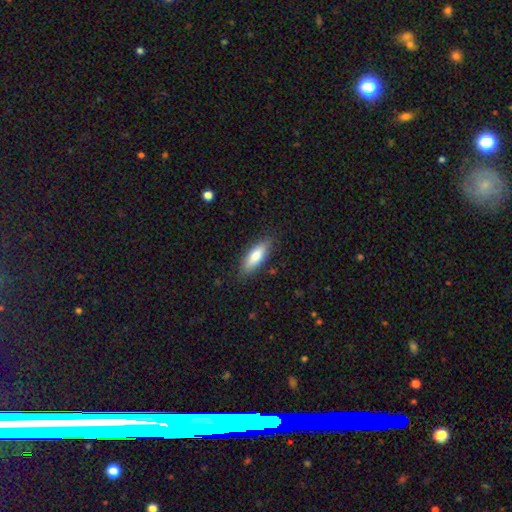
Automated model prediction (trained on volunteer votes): Smooth or featured?
  - smooth: 79% *
  - featured or disk: 16%
  - star or artifact: 6%
How rounded?
  - in between: 60% *
  - cigar-shaped: 38%
  - round: 2%
Merging?
  - none: 85% *
  - minor disturbance: 11%
  - major disturbance: 2%
  - merger: 1%